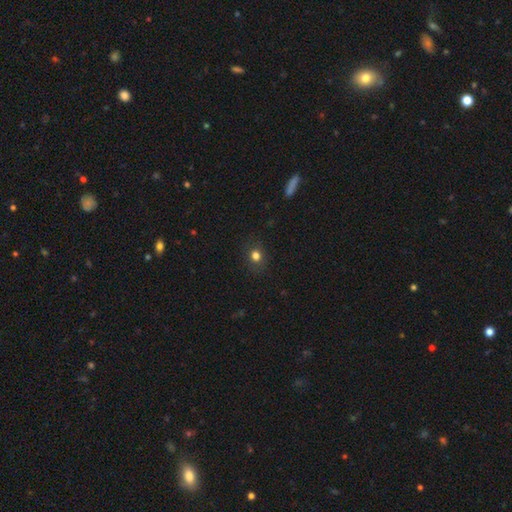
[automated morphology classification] smooth 77%, star or artifact 17%, featured or disk 7%. Down the decision tree: how rounded — round (73%); merging — none (86%).